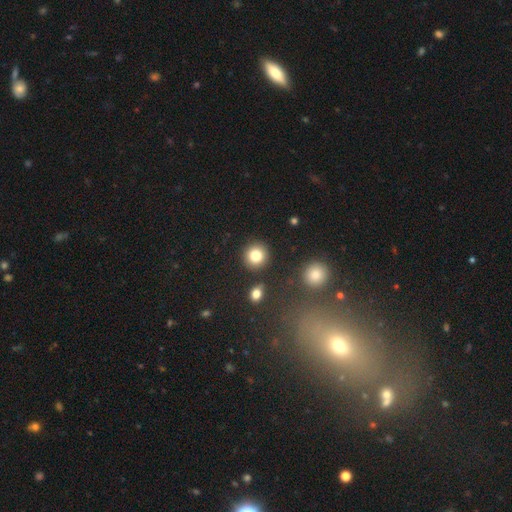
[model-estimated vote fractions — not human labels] A smooth galaxy with no disk features (83%) that is round (92%). Merging: none (88%).